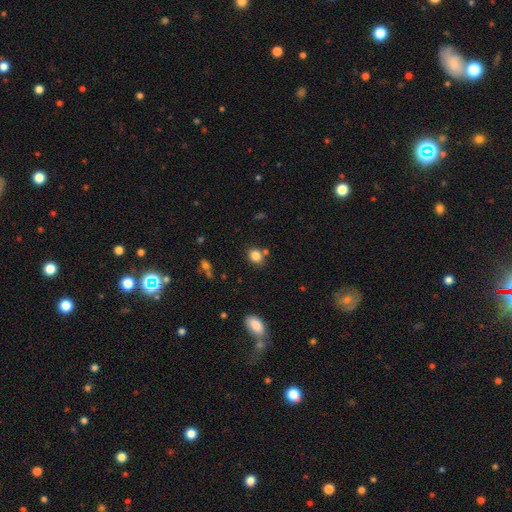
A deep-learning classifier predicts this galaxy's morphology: Smooth or featured? smooth (83%)
How rounded? round (53%)
Merging? none (72%)